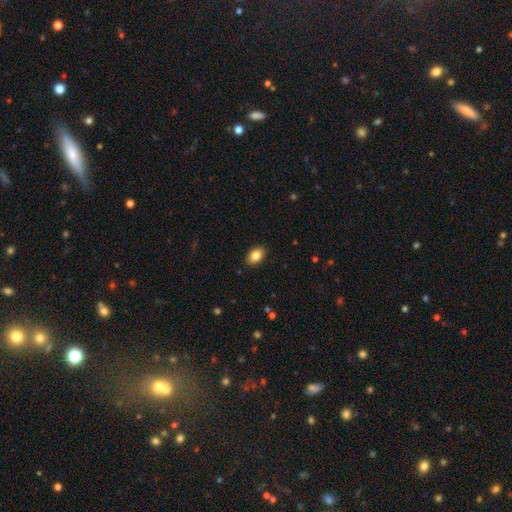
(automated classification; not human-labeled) Smooth or featured: smooth — 84% (star or artifact — 8%)
How rounded: in between — 87% (round — 12%)
Merging: none — 89% (minor disturbance — 8%)